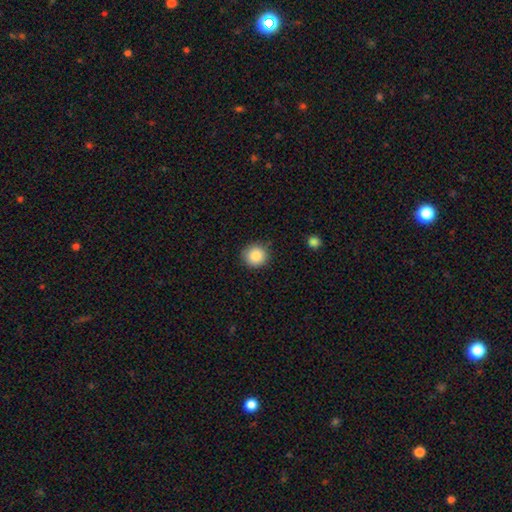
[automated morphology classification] Smooth or featured? smooth (86%)
How rounded? round (92%)
Merging? none (89%)